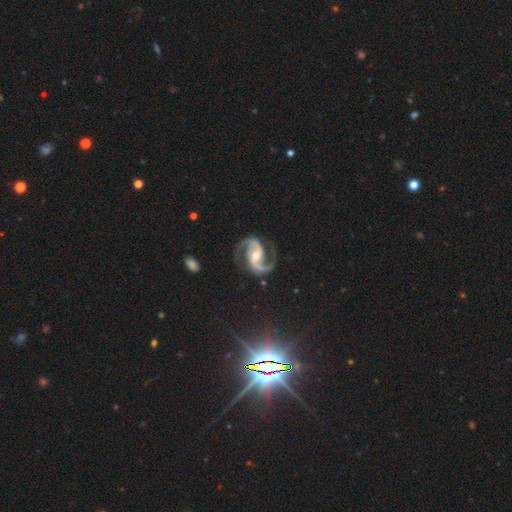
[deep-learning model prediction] Smooth or featured? Predicted: featured or disk (p=0.93). Edge-on disk? Predicted: no (p=0.98). Bar? Predicted: weak (p=0.38). Spiral arms? Predicted: yes (p=0.99). Spiral winding? Predicted: medium (p=0.62). Spiral arm count? Predicted: 2 (p=0.94). Bulge size? Predicted: moderate (p=0.68). Merging? Predicted: none (p=0.80).